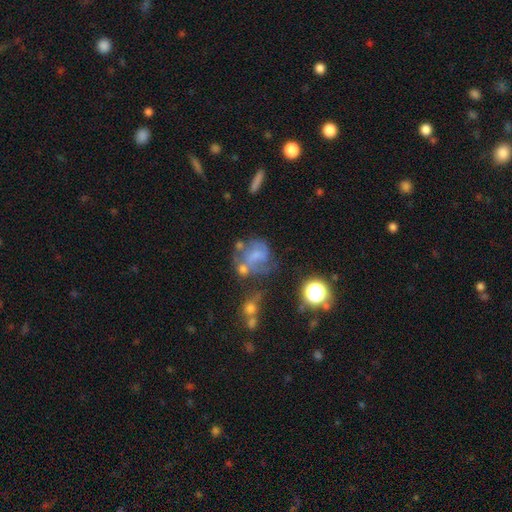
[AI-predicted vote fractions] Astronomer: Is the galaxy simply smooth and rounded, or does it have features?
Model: featured or disk — 51% (runner-up: smooth, 35%).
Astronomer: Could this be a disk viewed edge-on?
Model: no — 98%.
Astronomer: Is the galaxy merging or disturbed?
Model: none — 32% (runner-up: major disturbance, 27%).